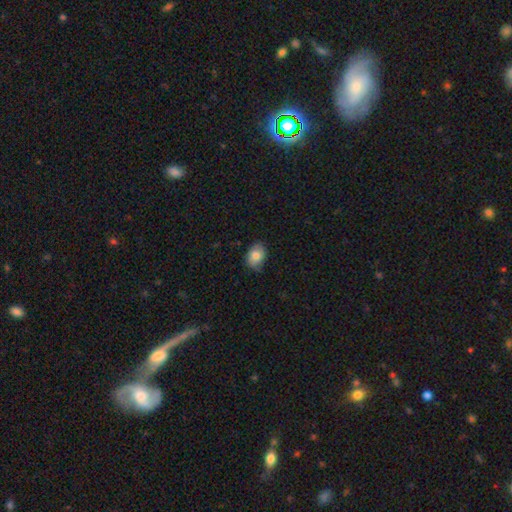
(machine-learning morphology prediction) This is clearly a smooth galaxy (81%). How rounded: likely in between (76%). Merging: likely none (74%).